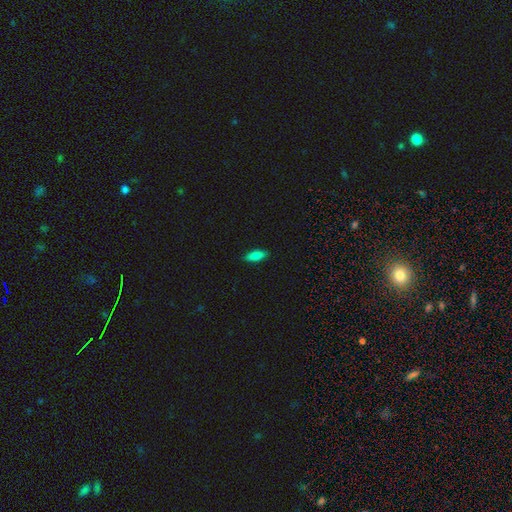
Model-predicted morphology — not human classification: A smooth galaxy with no disk features (83%) that is in between round and cigar-shaped (66%). Merging: none (87%).